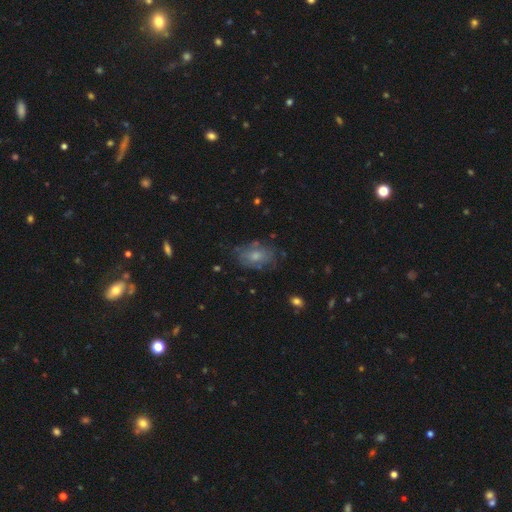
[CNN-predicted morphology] Smooth or featured? smooth (58%)
How rounded? in between (83%)
Merging? none (63%)